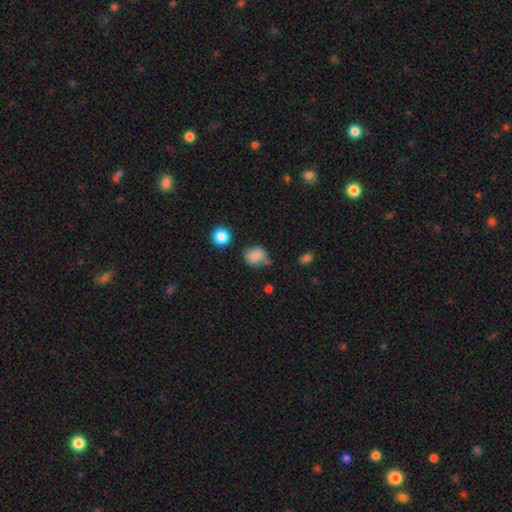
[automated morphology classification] Q: Smooth or featured?
A: smooth (83%); runner-up: star or artifact (11%)
Q: How rounded?
A: round (53%); runner-up: in between (46%)
Q: Merging?
A: none (59%); runner-up: minor disturbance (28%)